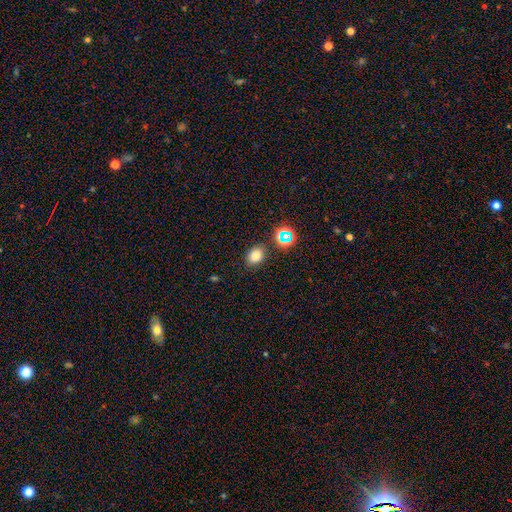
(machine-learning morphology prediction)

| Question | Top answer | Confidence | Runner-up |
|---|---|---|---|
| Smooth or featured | smooth | 75% | star or artifact (18%) |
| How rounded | in between | 60% | round (39%) |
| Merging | none | 82% | minor disturbance (10%) |